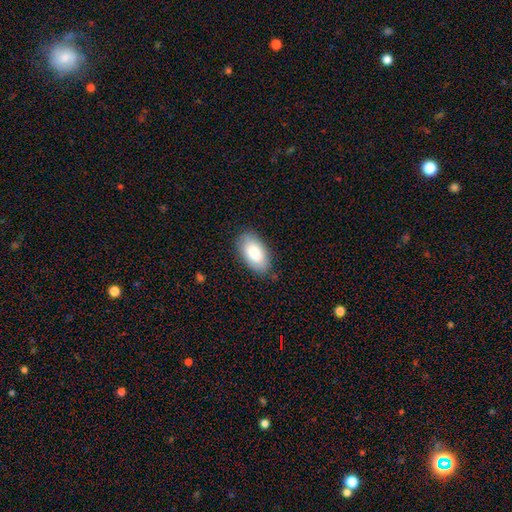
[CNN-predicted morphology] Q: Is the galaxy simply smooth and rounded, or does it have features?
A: smooth — 85%.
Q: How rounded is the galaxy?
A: in between — 95%.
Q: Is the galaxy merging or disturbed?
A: none — 82%.